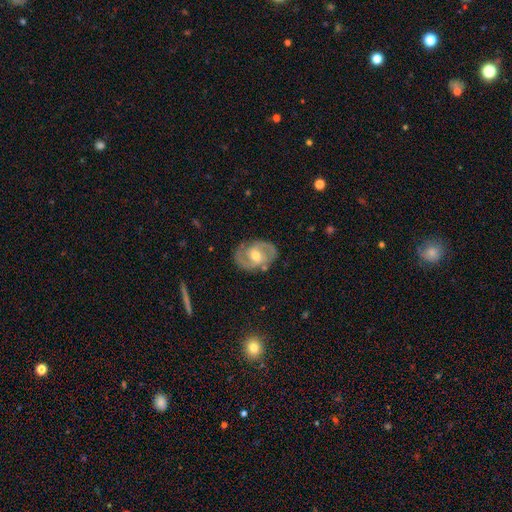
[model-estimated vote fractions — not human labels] Smooth or featured?
  - featured or disk: 80% *
  - smooth: 14%
  - star or artifact: 5%
Edge-on disk?
  - no: 96% *
  - yes: 4%
Bar?
  - weak: 49% *
  - no: 32%
  - strong: 20%
Spiral arms?
  - yes: 86% *
  - no: 14%
Spiral winding?
  - medium: 52% *
  - tight: 31%
  - loose: 16%
Spiral arm count?
  - 2: 87% *
  - can't tell: 7%
  - 1: 2%
  - 3: 2%
  - 4: 1%
  - more than 4: 1%
Bulge size?
  - moderate: 70% *
  - small: 22%
  - large: 6%
  - none: 1%
  - dominant: 1%
Merging?
  - none: 81% *
  - minor disturbance: 13%
  - major disturbance: 4%
  - merger: 2%